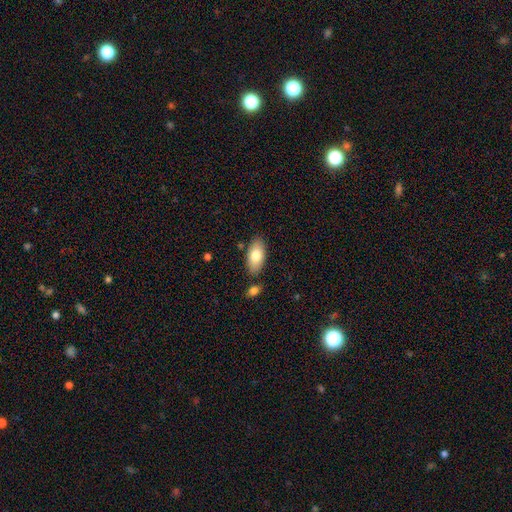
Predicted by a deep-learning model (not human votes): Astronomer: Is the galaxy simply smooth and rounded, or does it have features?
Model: smooth — 78%.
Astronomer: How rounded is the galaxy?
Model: in between — 93%.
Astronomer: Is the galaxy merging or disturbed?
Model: none — 81%.